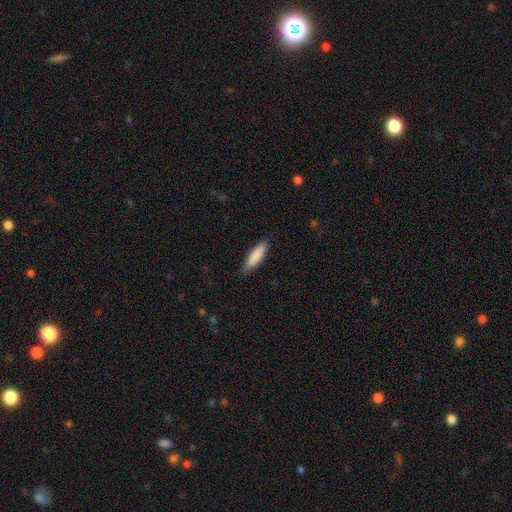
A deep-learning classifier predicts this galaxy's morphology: smooth-or-featured: smooth: 86% | featured or disk: 8% | star or artifact: 5%
  how-rounded: cigar-shaped: 64% | in between: 35% | round: 1%
  merging: none: 85% | minor disturbance: 12% | major disturbance: 2% | merger: 1%